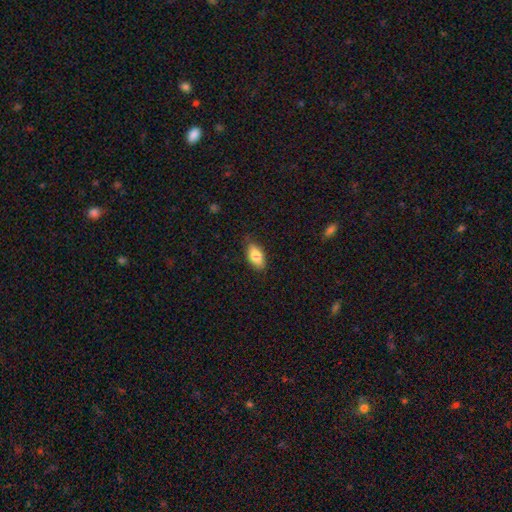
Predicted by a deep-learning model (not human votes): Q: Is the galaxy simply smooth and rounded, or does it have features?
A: smooth — 83%.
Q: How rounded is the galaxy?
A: in between — 89%.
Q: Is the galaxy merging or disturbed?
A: none — 79%.